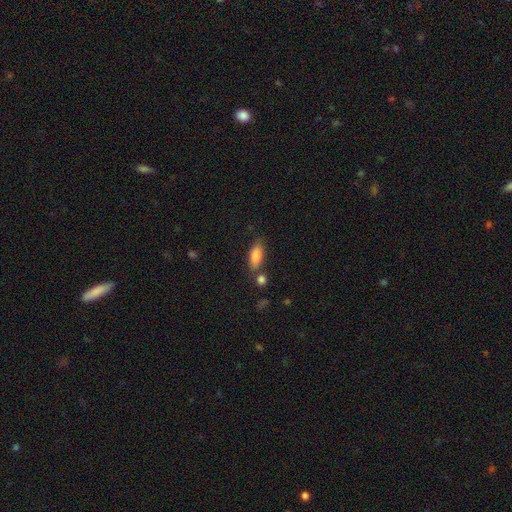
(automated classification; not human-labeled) A smooth galaxy with no disk features (83%) that is in between round and cigar-shaped (74%). Merging: none (71%).